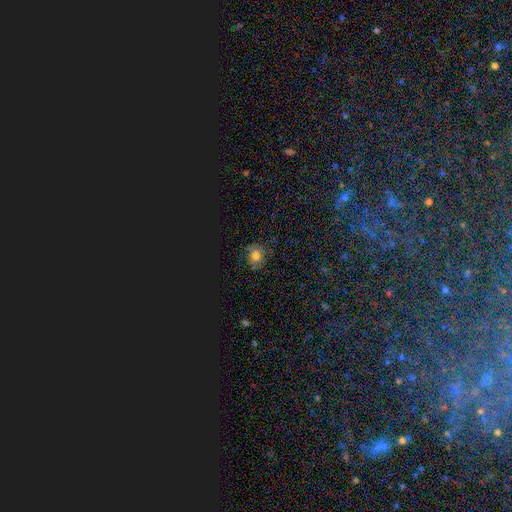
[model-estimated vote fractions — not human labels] Smooth or featured? smooth (53%)
How rounded? round (80%)
Merging? none (76%)